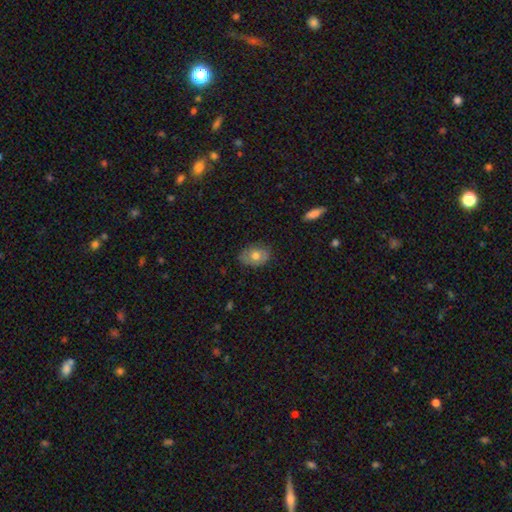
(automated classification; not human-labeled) Q: Smooth or featured?
A: smooth (67%); runner-up: featured or disk (26%)
Q: How rounded?
A: in between (80%); runner-up: round (19%)
Q: Merging?
A: none (78%); runner-up: minor disturbance (18%)